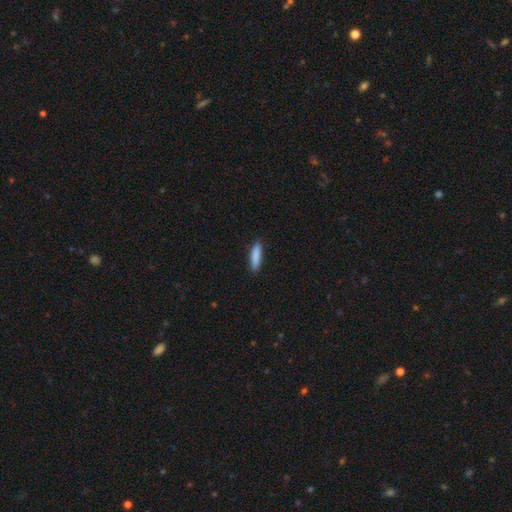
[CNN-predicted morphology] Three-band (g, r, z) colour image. It shows a smooth galaxy with no disk features (87%) that is cigar-shaped (76%). Merging: none (88%).